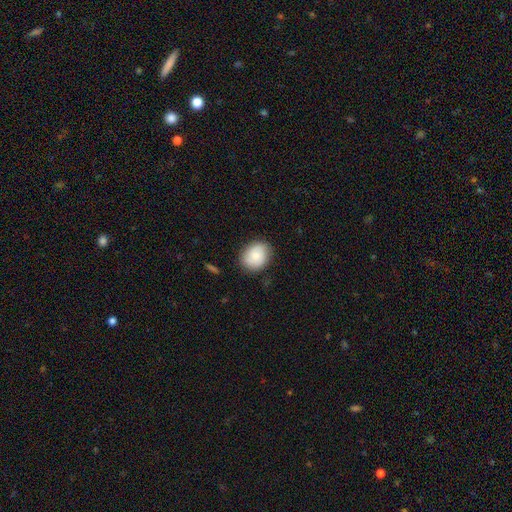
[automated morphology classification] Smooth or featured? Predicted: smooth (p=0.77). How rounded? Predicted: round (p=0.56). Merging? Predicted: none (p=0.82).